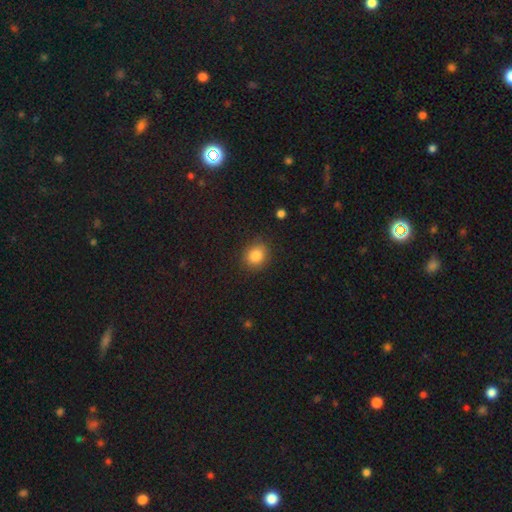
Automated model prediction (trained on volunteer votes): Smooth or featured? Predicted: smooth (p=0.85). How rounded? Predicted: round (p=0.69). Merging? Predicted: none (p=0.85).